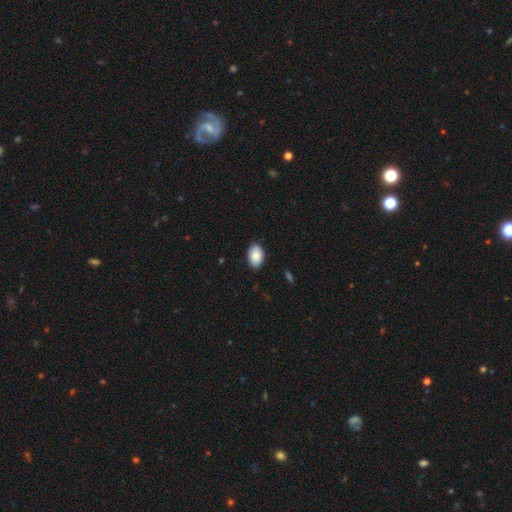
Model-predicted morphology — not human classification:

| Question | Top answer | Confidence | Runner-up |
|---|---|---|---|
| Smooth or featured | smooth | 89% | star or artifact (6%) |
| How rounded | in between | 91% | round (8%) |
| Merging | none | 88% | minor disturbance (10%) |